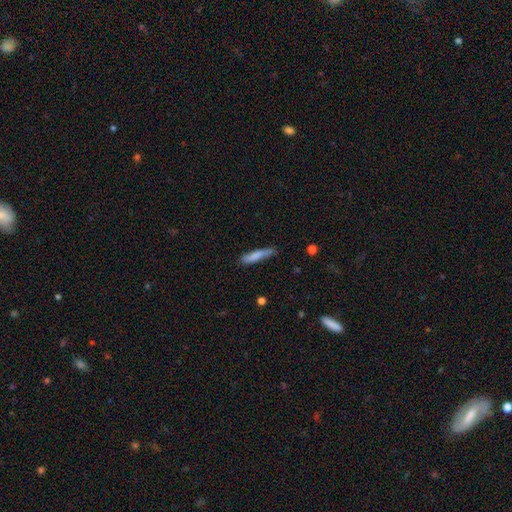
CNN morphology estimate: Overall: smooth (77%). How rounded: cigar-shaped (88%). Merging: none (68%).